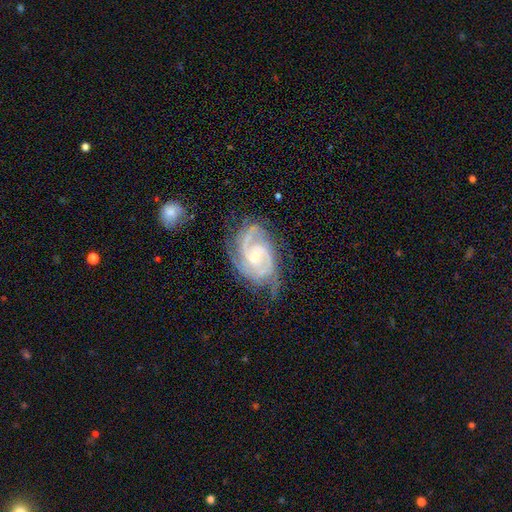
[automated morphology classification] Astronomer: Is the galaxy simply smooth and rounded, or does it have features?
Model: featured or disk — 91%.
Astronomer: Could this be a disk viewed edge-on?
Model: no — 97%.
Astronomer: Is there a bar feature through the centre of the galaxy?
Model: no — 59%.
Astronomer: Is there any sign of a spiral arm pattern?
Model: yes — 98%.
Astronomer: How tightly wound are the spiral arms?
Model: tight — 58% (runner-up: medium, 37%).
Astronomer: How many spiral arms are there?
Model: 2 — 44% (runner-up: 3, 29%).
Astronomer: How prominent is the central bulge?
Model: small — 61%.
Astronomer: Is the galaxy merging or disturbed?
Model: none — 62%.